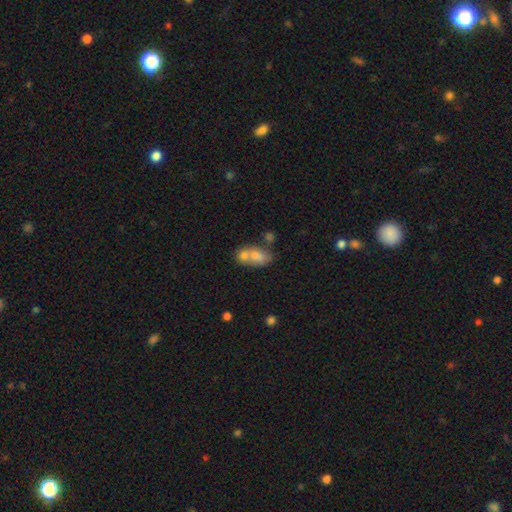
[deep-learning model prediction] Smooth or featured?
  - smooth: 71% *
  - featured or disk: 20%
  - star or artifact: 9%
How rounded?
  - in between: 81% *
  - round: 16%
  - cigar-shaped: 3%
Merging?
  - merger: 57% *
  - none: 27%
  - minor disturbance: 10%
  - major disturbance: 5%